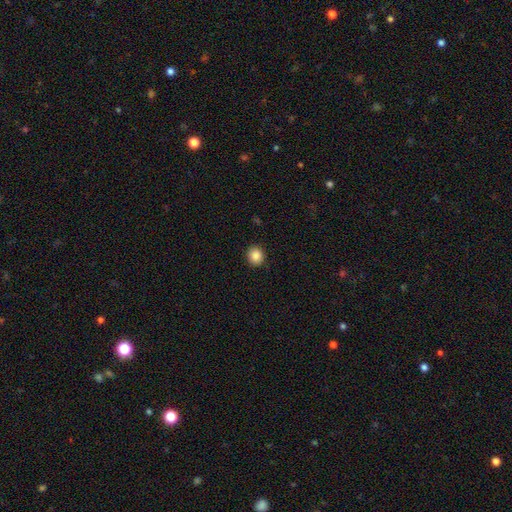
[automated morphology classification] A smooth galaxy with no disk features (87%) that is round (77%).

Vote fractions:
- Smooth or featured? smooth: 87% / star or artifact: 9% / featured or disk: 4%
- How rounded? round: 77% / in between: 22% / cigar-shaped: 1%
- Merging? none: 91% / minor disturbance: 6% / major disturbance: 2% / merger: 1%